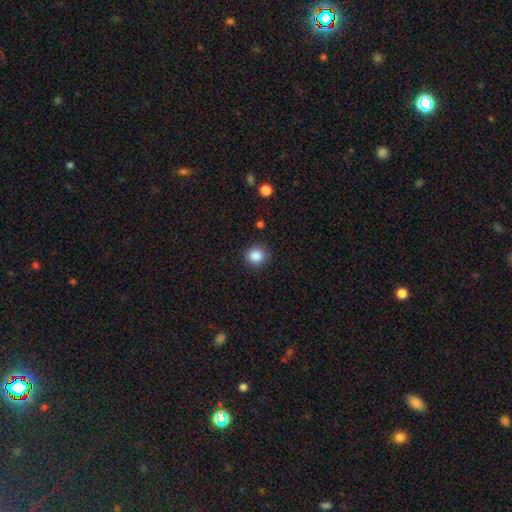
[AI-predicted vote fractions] Overall: smooth (87%). How rounded: round (90%). Merging: none (89%).